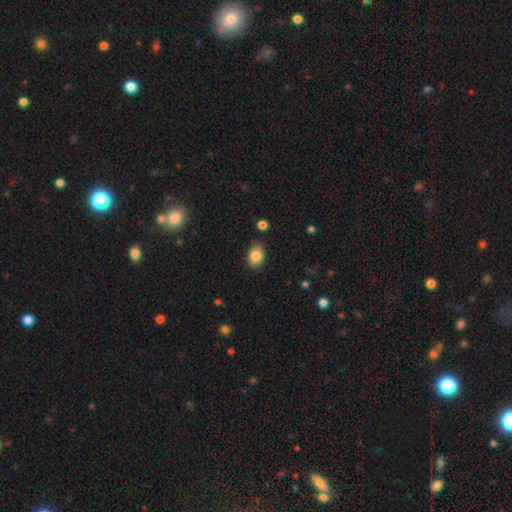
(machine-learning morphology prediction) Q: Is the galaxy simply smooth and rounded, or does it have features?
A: smooth — 83%.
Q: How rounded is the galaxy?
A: in between — 76%.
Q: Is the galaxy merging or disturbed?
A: none — 82%.